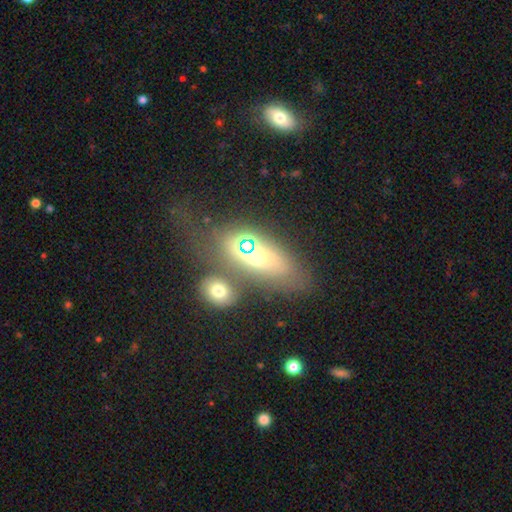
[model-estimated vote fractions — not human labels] This is possibly a smooth galaxy (54%). How rounded: likely in between (73%). Merging: marginally none (44%).